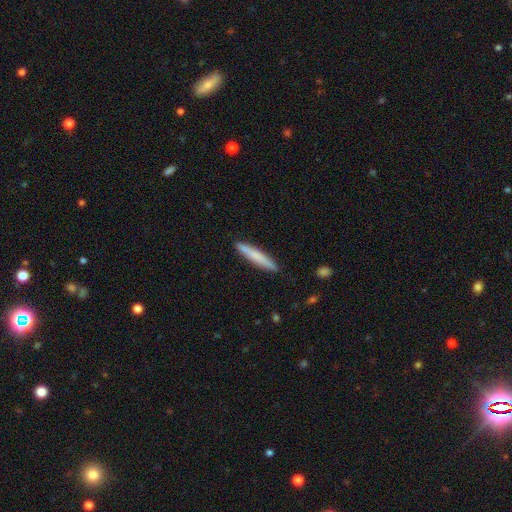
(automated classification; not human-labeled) smooth 72%, featured or disk 23%, star or artifact 6%. Down the decision tree: how rounded — cigar-shaped (94%); merging — none (90%).